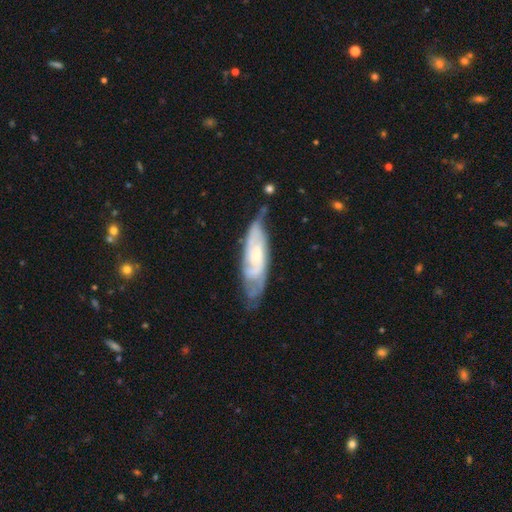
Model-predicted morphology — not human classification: A featured or disk galaxy (76%) with no bar (58%), 2 (42%) tight (50%) spiral arms (91%) and a small central bulge (52%). Merging: none (59%).